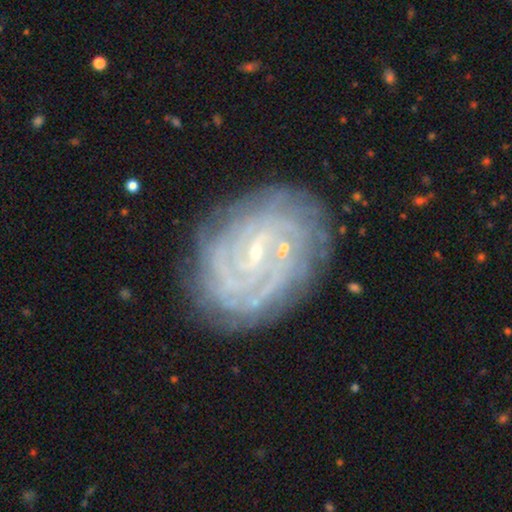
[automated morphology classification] featured or disk 85%, star or artifact 8%, smooth 7%. Down the decision tree: edge-on disk — no (97%); bar — weak (47%); spiral arms — yes (96%); spiral arm count — can't tell (30%); spiral winding — tight (79%); bulge size — small (83%); merging — none (79%).